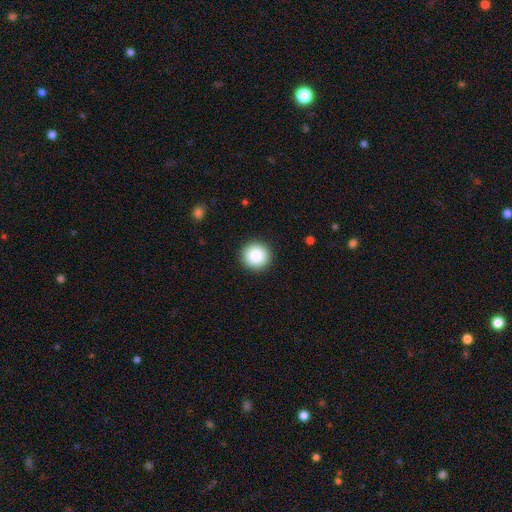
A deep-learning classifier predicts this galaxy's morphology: Overall: smooth (86%). How rounded: round (96%). Merging: none (93%).